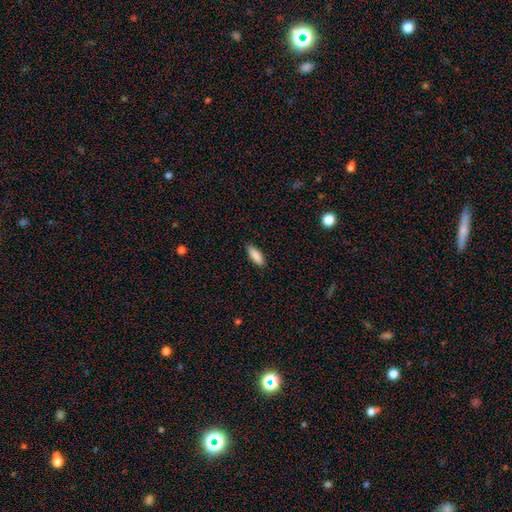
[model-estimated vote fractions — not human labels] A smooth galaxy with no disk features (88%) that is in between round and cigar-shaped (61%).

Vote fractions:
- Smooth or featured? smooth: 88% / star or artifact: 6% / featured or disk: 6%
- How rounded? in between: 61% / cigar-shaped: 38% / round: 2%
- Merging? none: 88% / minor disturbance: 9% / major disturbance: 2% / merger: 1%